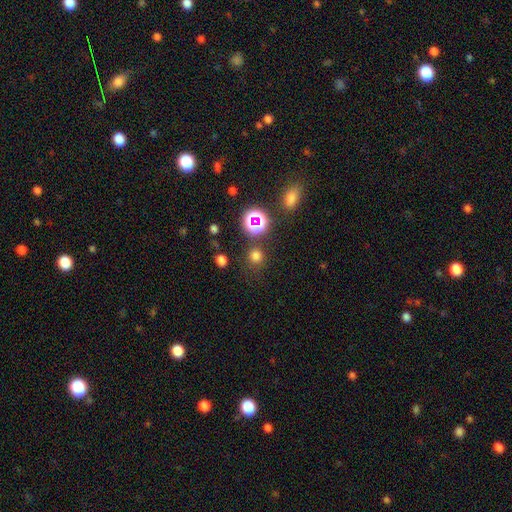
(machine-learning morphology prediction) smooth 70%, star or artifact 24%, featured or disk 5%. Down the decision tree: how rounded — round (88%); merging — none (81%).